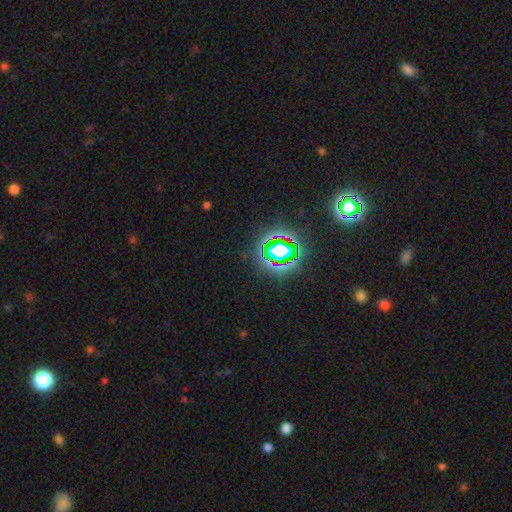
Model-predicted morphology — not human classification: star or artifact 78%, smooth 14%, featured or disk 8%.